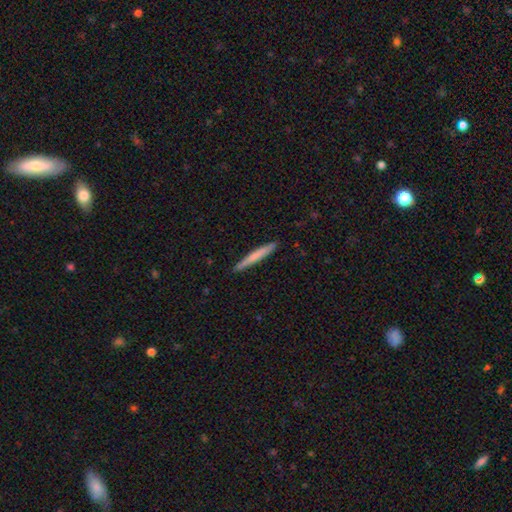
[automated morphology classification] Smooth or featured?
  - smooth: 67% *
  - featured or disk: 28%
  - star or artifact: 5%
How rounded?
  - cigar-shaped: 96% *
  - in between: 2%
  - round: 1%
Merging?
  - none: 90% *
  - minor disturbance: 8%
  - major disturbance: 1%
  - merger: 1%